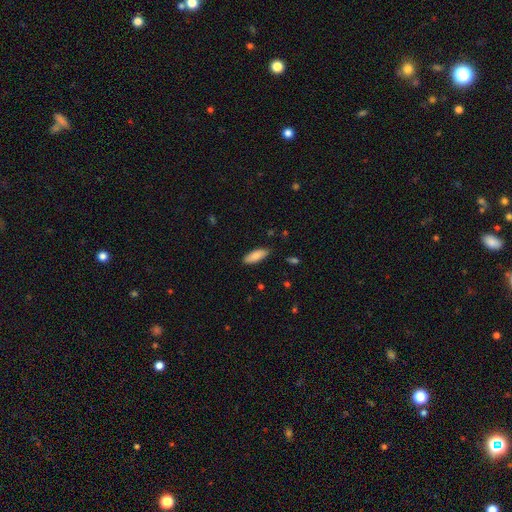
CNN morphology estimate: Q: Smooth or featured?
A: smooth (85%); runner-up: featured or disk (9%)
Q: How rounded?
A: in between (69%); runner-up: cigar-shaped (29%)
Q: Merging?
A: none (86%); runner-up: minor disturbance (11%)